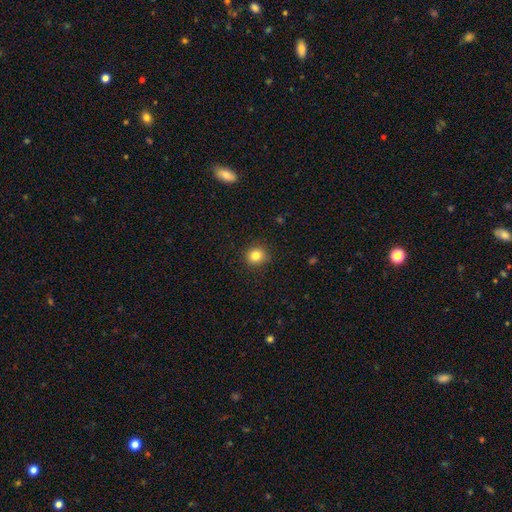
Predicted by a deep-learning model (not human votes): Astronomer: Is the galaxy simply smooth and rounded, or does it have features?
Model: smooth — 83%.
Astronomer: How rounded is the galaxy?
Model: round — 89%.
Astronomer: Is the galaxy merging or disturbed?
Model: none — 90%.